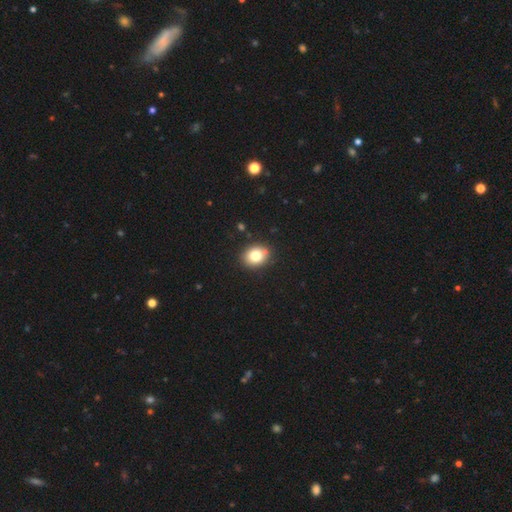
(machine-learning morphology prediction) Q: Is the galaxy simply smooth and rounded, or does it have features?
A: smooth — 80%.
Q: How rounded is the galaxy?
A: round — 54%.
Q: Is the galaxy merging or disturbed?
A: none — 85%.